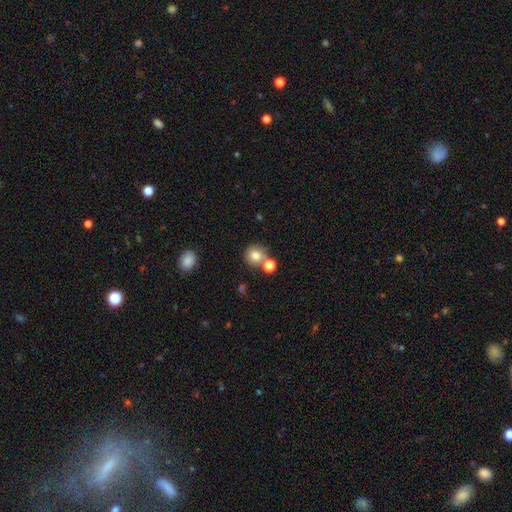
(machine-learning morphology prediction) Smooth or featured: smooth — 78% (star or artifact — 12%)
How rounded: round — 88% (in between — 11%)
Merging: none — 61% (merger — 25%)